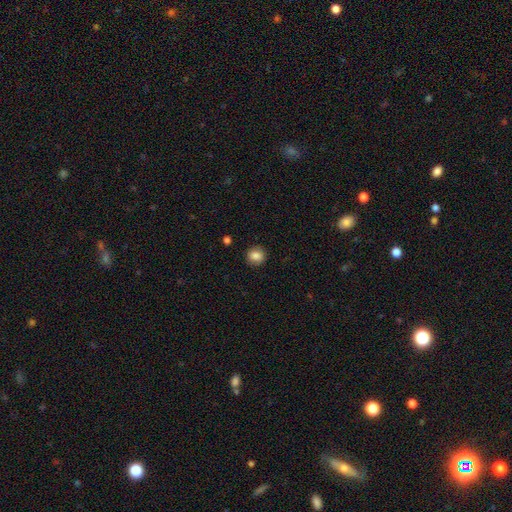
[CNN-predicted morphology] Smooth or featured? Predicted: smooth (p=0.85). How rounded? Predicted: round (p=0.85). Merging? Predicted: none (p=0.90).